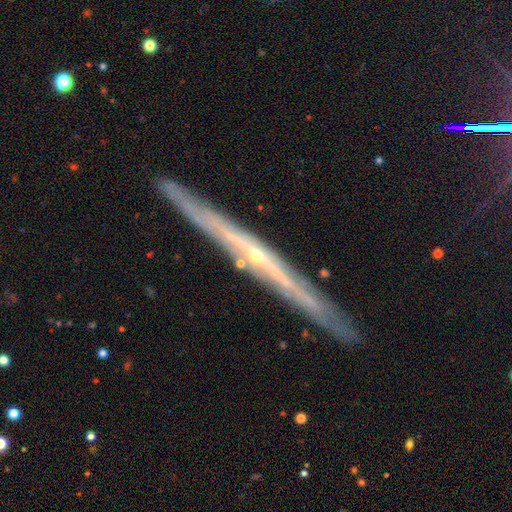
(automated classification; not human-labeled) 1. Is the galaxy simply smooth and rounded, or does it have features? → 79% featured or disk, 12% smooth, 9% star or artifact.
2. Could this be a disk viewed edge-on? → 96% yes, 4% no.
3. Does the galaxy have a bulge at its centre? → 53% none, 43% rounded, 4% boxy.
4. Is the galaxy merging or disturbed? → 88% none, 9% minor disturbance, 2% merger, 2% major disturbance.